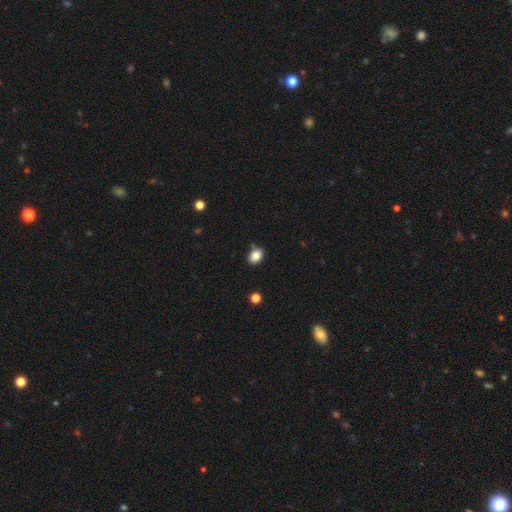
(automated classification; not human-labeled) Smooth or featured: smooth — 84% (star or artifact — 10%)
How rounded: in between — 67% (round — 32%)
Merging: none — 81% (minor disturbance — 13%)